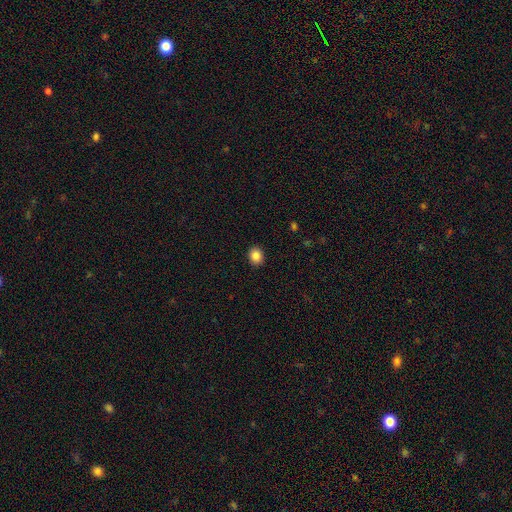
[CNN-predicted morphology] A smooth galaxy with no disk features (86%) that is round (59%). Merging: none (91%).